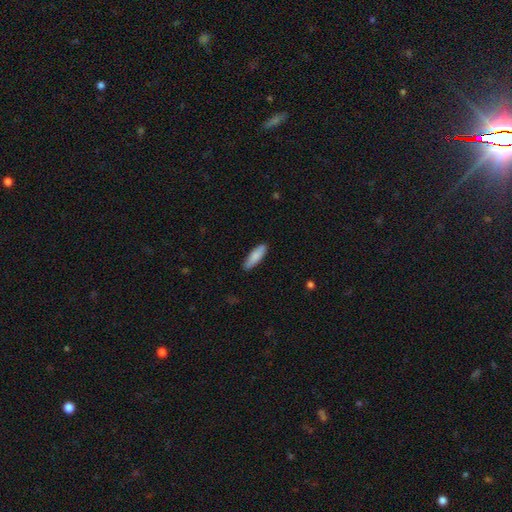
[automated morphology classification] smooth_or_featured: smooth (p=0.85) [alt: featured or disk p=0.10]
how_rounded: cigar-shaped (p=0.56) [alt: in between p=0.42]
merging: none (p=0.86) [alt: minor disturbance p=0.11]